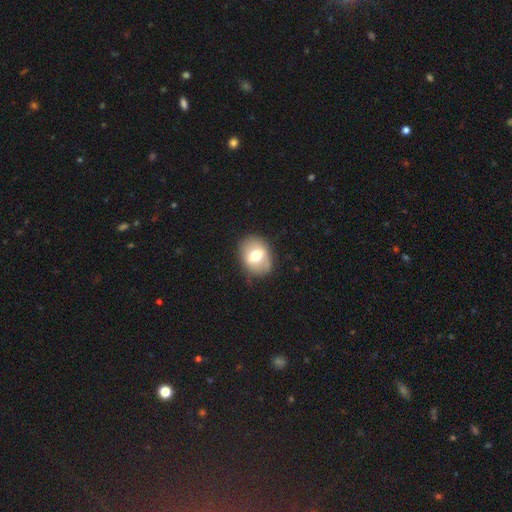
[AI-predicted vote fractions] This is likely a smooth galaxy (63%). How rounded: possibly in between (54%). Merging: likely none (78%).